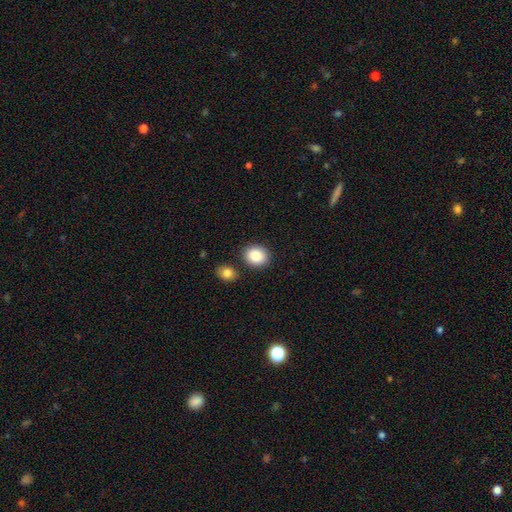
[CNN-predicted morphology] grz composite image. It shows a smooth galaxy with no disk features (86%) that is round (58%). Merging: none (82%).